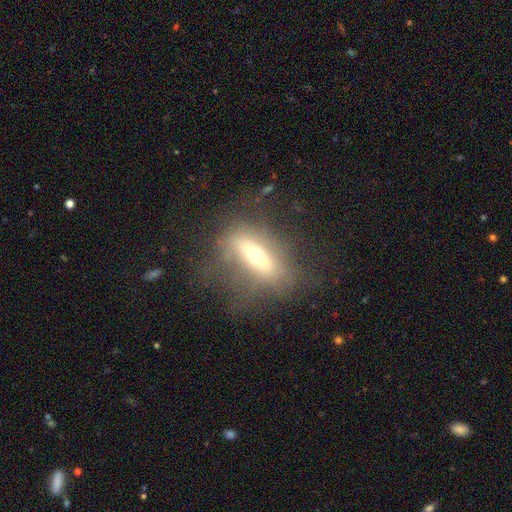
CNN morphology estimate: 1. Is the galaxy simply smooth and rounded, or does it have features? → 54% featured or disk, 35% smooth, 11% star or artifact.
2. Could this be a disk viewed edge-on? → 52% yes, 48% no.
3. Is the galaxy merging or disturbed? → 58% none, 21% minor disturbance, 18% major disturbance, 3% merger.